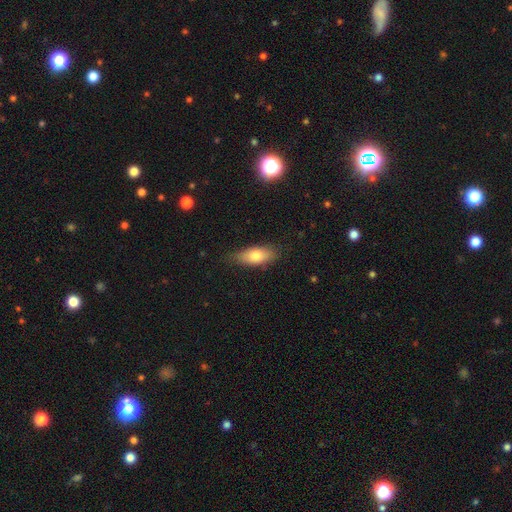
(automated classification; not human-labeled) The model was most divided on "how rounded": in between: 78%, cigar-shaped: 19%, round: 3%. More confident: smooth or featured — smooth (78%); merging — none (78%).